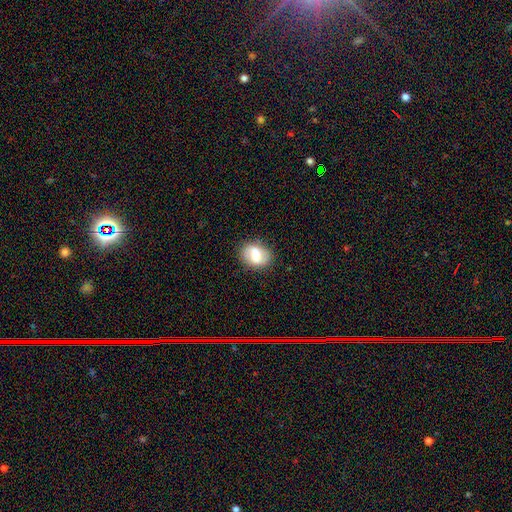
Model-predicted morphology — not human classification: This appears to be a smooth galaxy with no disk features (49%). Merging: none (81%).